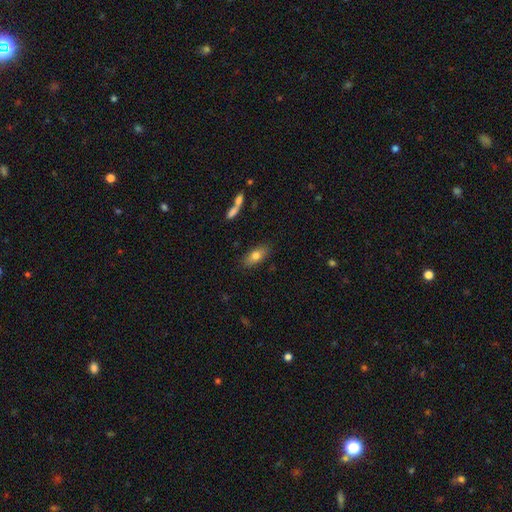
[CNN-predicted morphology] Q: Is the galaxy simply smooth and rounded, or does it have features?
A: smooth — 74%.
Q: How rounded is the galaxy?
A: in between — 79%.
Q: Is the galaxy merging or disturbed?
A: none — 84%.